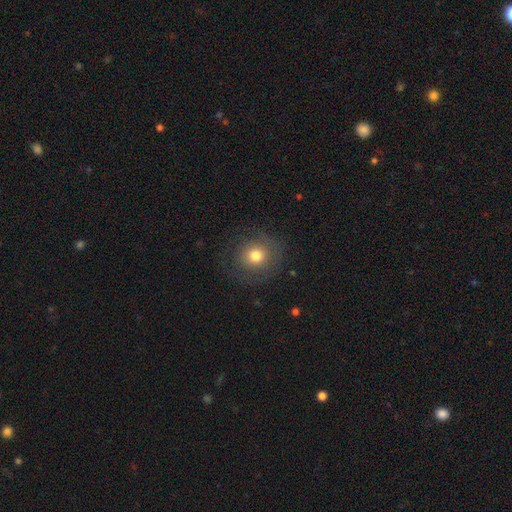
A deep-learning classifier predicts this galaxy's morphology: Smooth or featured: smooth — 72% (featured or disk — 16%)
How rounded: round — 86% (in between — 13%)
Merging: none — 79% (minor disturbance — 12%)